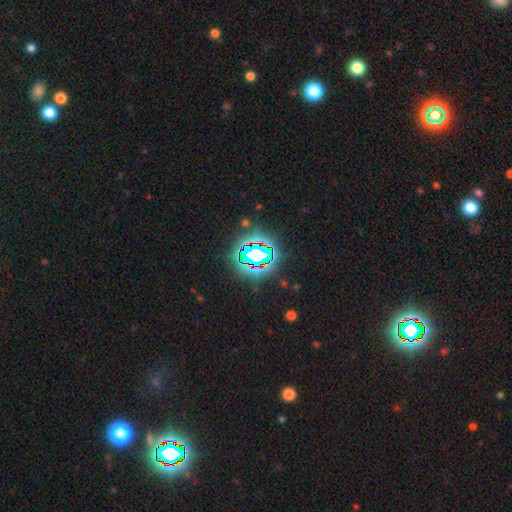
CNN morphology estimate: smooth_or_featured: star or artifact (p=0.73) [alt: smooth p=0.16]